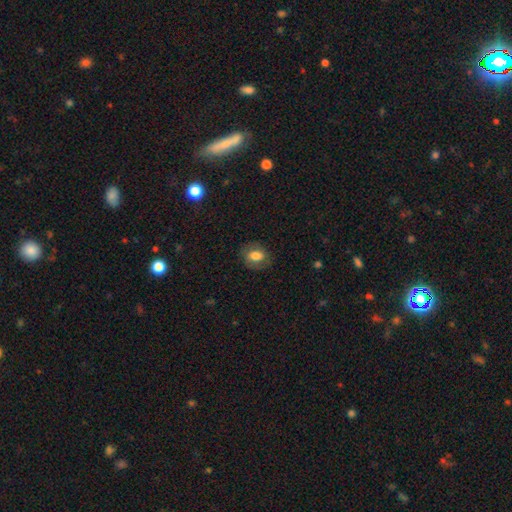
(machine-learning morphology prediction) Smooth or featured: smooth — 71% (featured or disk — 21%)
How rounded: in between — 56% (round — 42%)
Merging: none — 80% (minor disturbance — 14%)